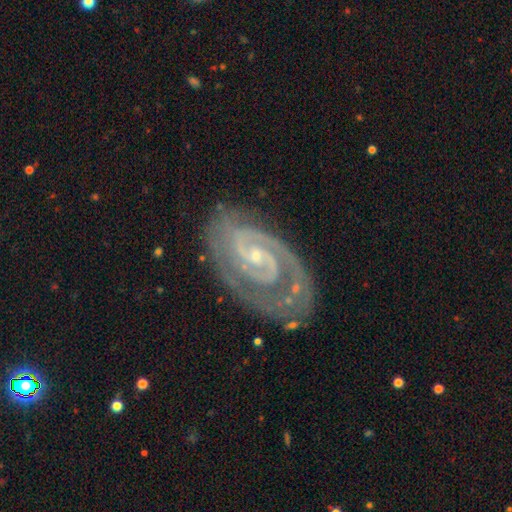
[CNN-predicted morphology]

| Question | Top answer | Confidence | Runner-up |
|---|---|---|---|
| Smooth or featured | featured or disk | 91% | star or artifact (5%) |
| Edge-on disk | no | 97% | yes (3%) |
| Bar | no | 51% | weak (34%) |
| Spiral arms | yes | 98% | no (2%) |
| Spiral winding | tight | 69% | medium (27%) |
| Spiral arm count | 2 | 78% | 3 (8%) |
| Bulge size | small | 77% | moderate (19%) |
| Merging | none | 72% | minor disturbance (18%) |